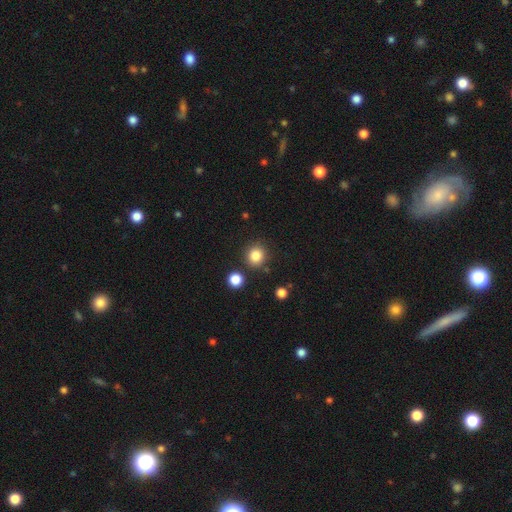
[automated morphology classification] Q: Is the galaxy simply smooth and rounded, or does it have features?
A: smooth — 84%.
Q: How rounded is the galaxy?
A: round — 87%.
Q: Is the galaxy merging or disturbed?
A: none — 84%.